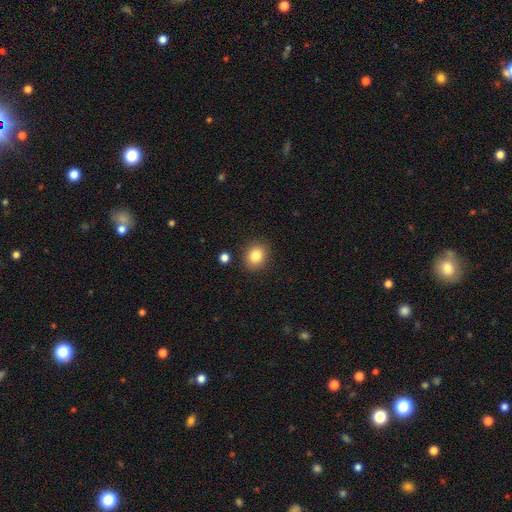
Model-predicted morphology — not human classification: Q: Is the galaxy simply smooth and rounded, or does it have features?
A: smooth — 83%.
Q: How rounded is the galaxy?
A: round — 68%.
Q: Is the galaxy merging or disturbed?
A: none — 88%.